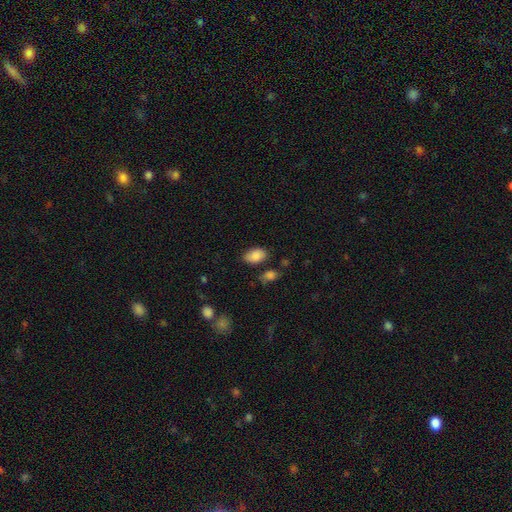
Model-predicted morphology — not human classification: smooth 87%, star or artifact 7%, featured or disk 5%. Down the decision tree: how rounded — in between (91%); merging — none (77%).